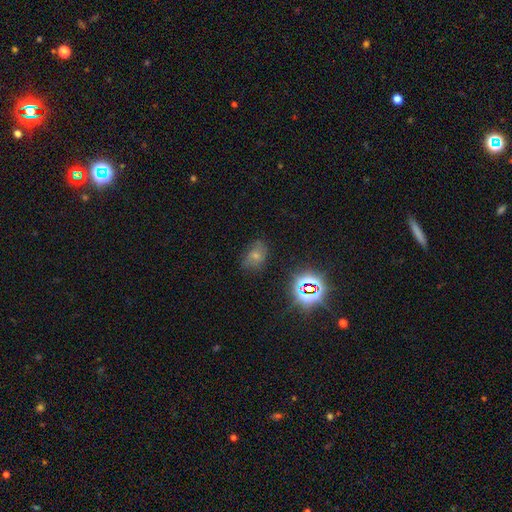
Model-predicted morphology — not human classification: A smooth galaxy with no disk features (50%) that is in between round and cigar-shaped (74%).

Vote fractions:
- Smooth or featured? smooth: 50% / star or artifact: 26% / featured or disk: 24%
- How rounded? in between: 74% / round: 24% / cigar-shaped: 2%
- Merging? none: 63% / minor disturbance: 25% / major disturbance: 10% / merger: 2%